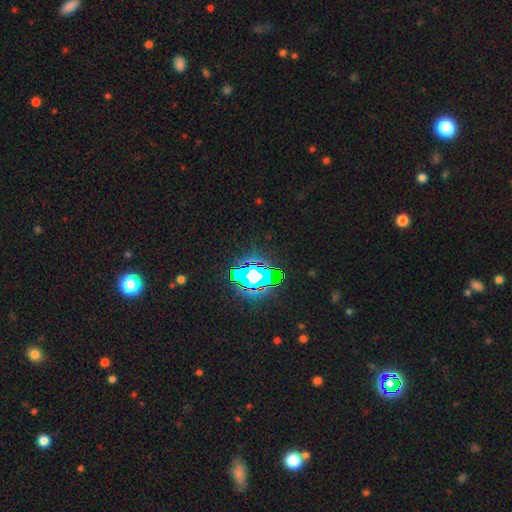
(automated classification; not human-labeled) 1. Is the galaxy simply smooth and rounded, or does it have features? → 80% star or artifact, 11% smooth, 9% featured or disk.